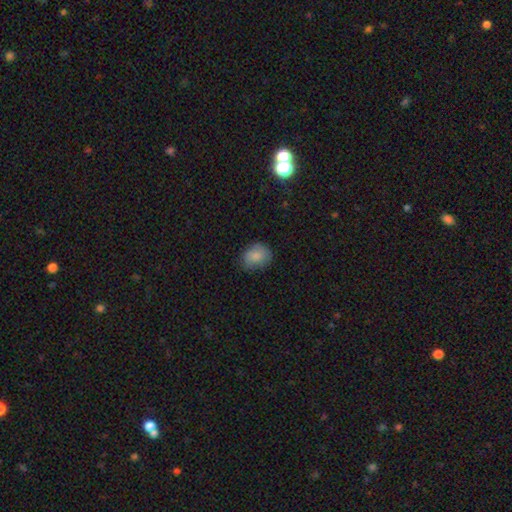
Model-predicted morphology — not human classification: smooth 84%, star or artifact 8%, featured or disk 8%. Down the decision tree: how rounded — round (52%); merging — none (74%).